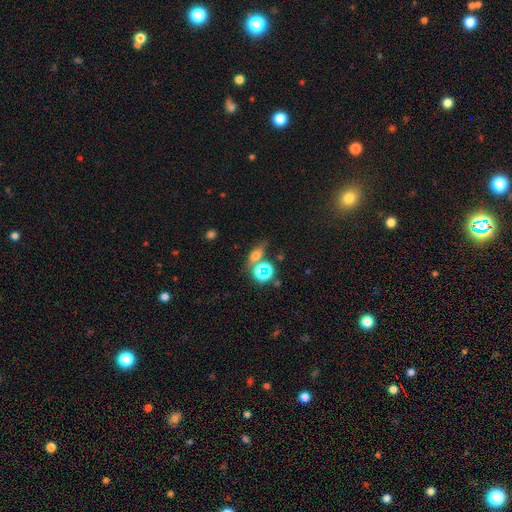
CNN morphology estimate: A smooth galaxy with no disk features (51%) that is in between round and cigar-shaped (54%). Merging: none (57%).